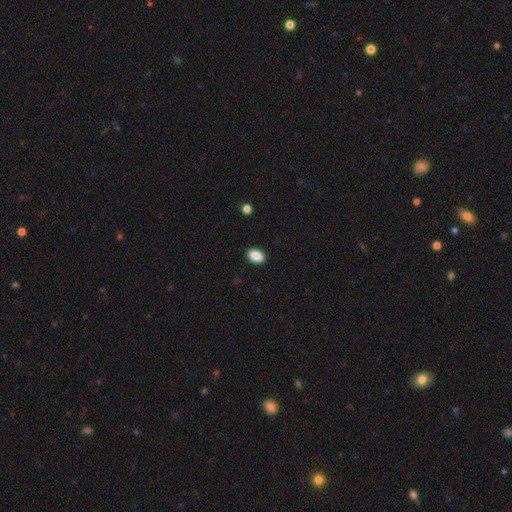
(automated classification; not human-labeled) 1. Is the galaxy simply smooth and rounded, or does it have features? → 89% smooth, 8% star or artifact, 3% featured or disk.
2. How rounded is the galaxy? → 90% in between, 8% round, 2% cigar-shaped.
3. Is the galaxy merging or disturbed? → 90% none, 7% minor disturbance, 2% major disturbance, 1% merger.